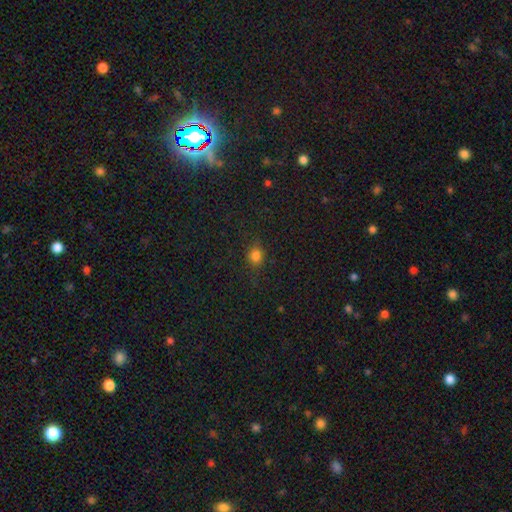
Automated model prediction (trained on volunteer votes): smooth-or-featured: smooth: 78% | star or artifact: 16% | featured or disk: 6%
  how-rounded: round: 76% | in between: 22% | cigar-shaped: 2%
  merging: none: 80% | minor disturbance: 13% | major disturbance: 5% | merger: 1%